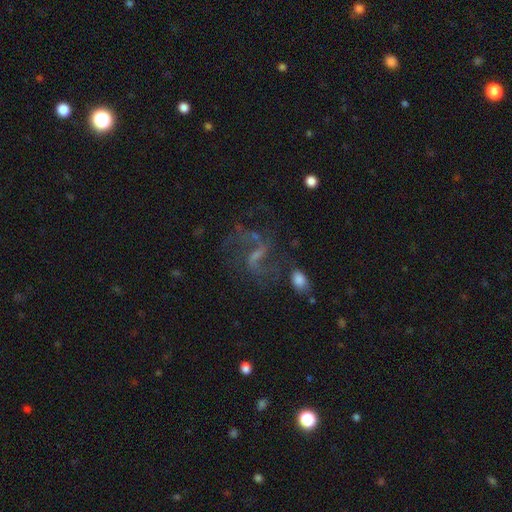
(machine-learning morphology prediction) Overall: featured or disk (68%). Edge-on disk: no (95%). Bar: weak (49%; strong 30%). Spiral arms: yes (85%). Spiral arm count: 2 (76%). Spiral winding: loose (54%; medium 36%). Bulge size: small (46%; none 31%). Merging: none (57%; major disturbance 19%).